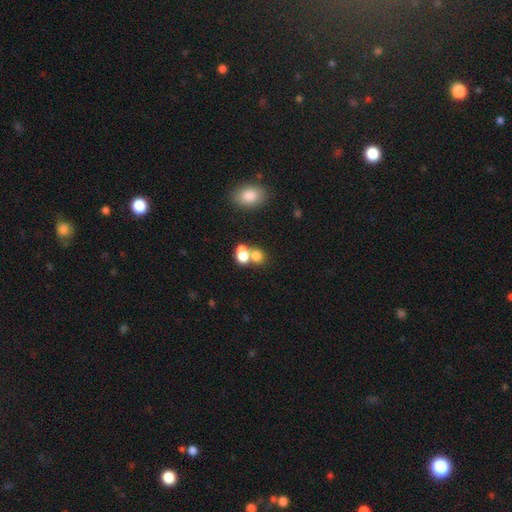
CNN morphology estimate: smooth-or-featured: smooth: 73% | star or artifact: 14% | featured or disk: 13%
  how-rounded: round: 65% | in between: 34% | cigar-shaped: 1%
  merging: merger: 54% | none: 35% | minor disturbance: 7% | major disturbance: 4%